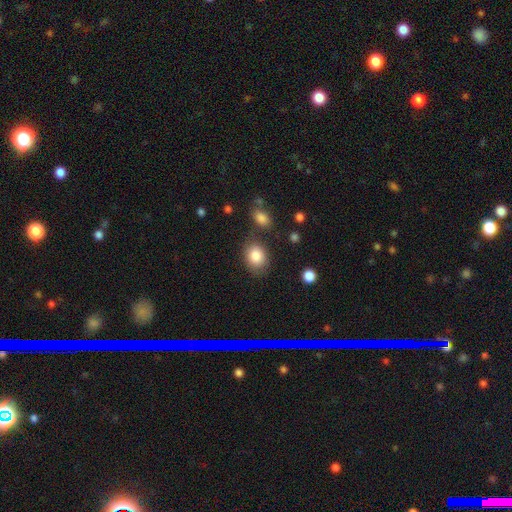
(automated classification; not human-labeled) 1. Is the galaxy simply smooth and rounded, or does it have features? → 85% smooth, 8% star or artifact, 7% featured or disk.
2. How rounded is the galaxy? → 52% in between, 47% round, 1% cigar-shaped.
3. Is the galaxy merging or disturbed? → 73% none, 15% minor disturbance, 7% merger, 5% major disturbance.